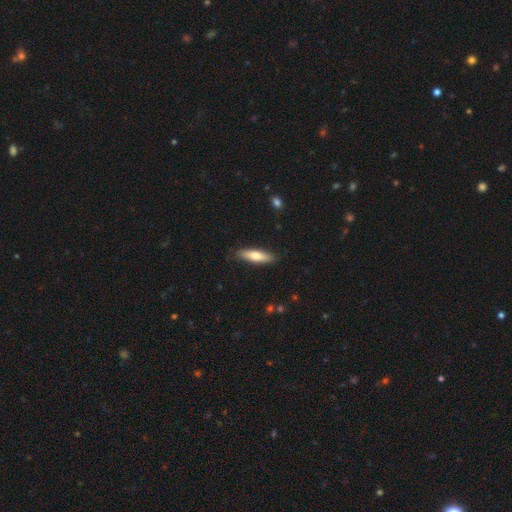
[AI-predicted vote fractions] Smooth or featured? Predicted: smooth (p=0.69). How rounded? Predicted: cigar-shaped (p=0.66). Merging? Predicted: none (p=0.87).